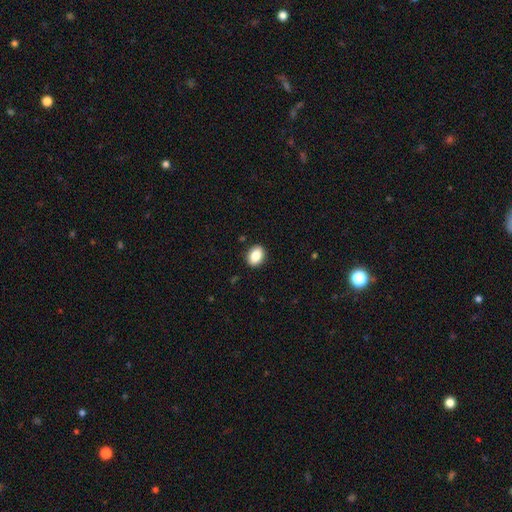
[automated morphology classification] Smooth or featured? Predicted: smooth (p=0.87). How rounded? Predicted: in between (p=0.70). Merging? Predicted: none (p=0.90).